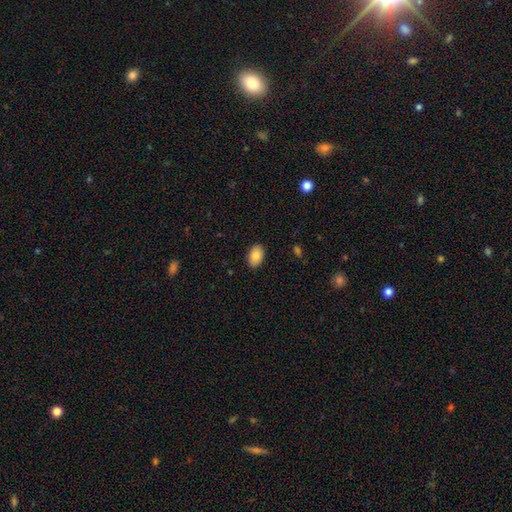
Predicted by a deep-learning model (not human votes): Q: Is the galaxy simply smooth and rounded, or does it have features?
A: smooth — 86%.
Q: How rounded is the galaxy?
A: in between — 90%.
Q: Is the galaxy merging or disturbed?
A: none — 88%.